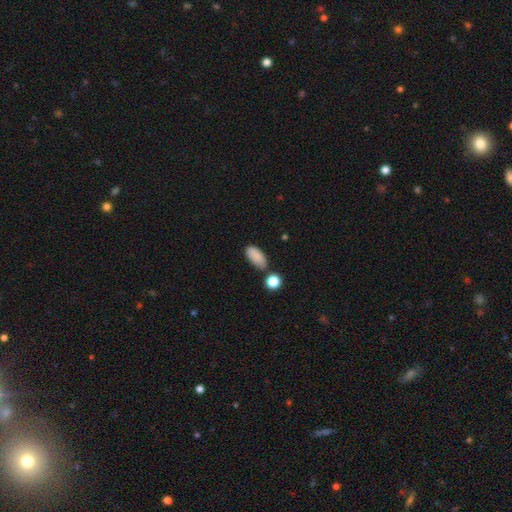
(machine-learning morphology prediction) Smooth or featured: smooth — 87% (star or artifact — 8%)
How rounded: in between — 87% (cigar-shaped — 9%)
Merging: none — 70% (minor disturbance — 17%)